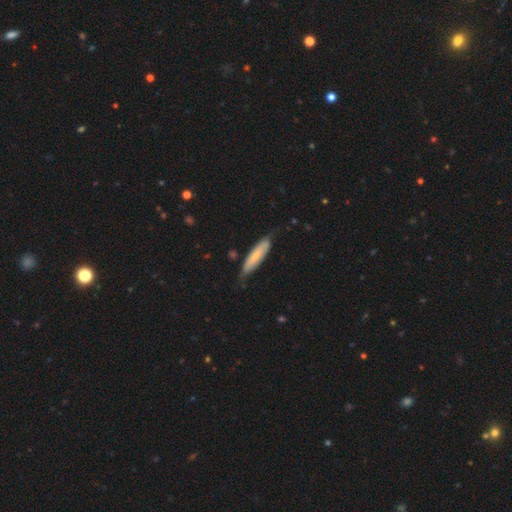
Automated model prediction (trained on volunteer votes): smooth-or-featured: smooth: 64% | featured or disk: 30% | star or artifact: 5%
  how-rounded: cigar-shaped: 70% | in between: 28% | round: 1%
  merging: none: 66% | minor disturbance: 27% | major disturbance: 5% | merger: 2%